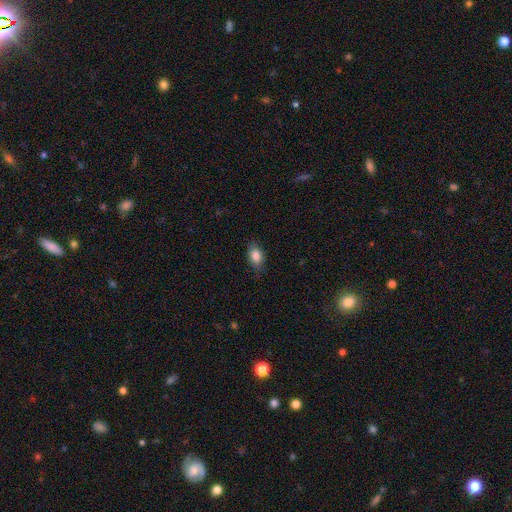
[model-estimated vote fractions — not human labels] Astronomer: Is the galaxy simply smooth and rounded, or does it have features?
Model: smooth — 84%.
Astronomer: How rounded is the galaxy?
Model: in between — 86%.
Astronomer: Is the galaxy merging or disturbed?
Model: none — 80%.